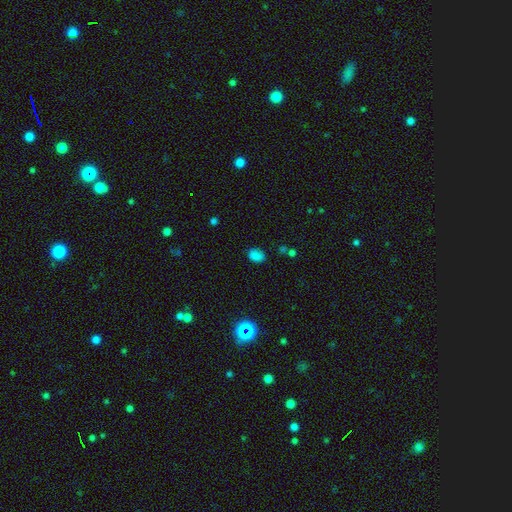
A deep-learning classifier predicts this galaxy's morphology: This appears to be a smooth galaxy with no disk features (77%) that is in between round and cigar-shaped (76%). Merging: none (77%).